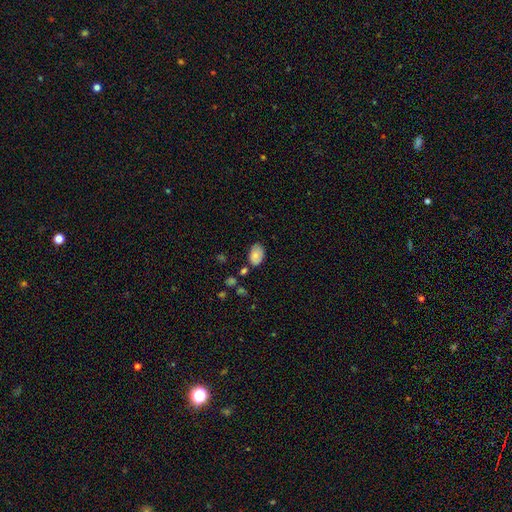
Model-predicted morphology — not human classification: smooth-or-featured: smooth: 78% | featured or disk: 14% | star or artifact: 8%
  how-rounded: in between: 88% | round: 11% | cigar-shaped: 1%
  merging: none: 71% | minor disturbance: 21% | merger: 4% | major disturbance: 4%